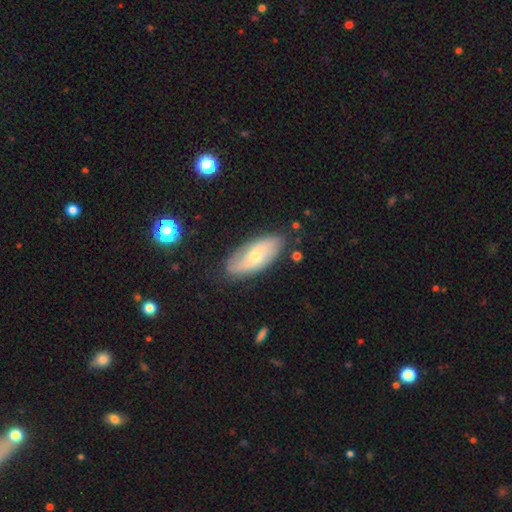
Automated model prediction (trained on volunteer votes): featured or disk 52%, smooth 41%, star or artifact 7%. Down the decision tree: edge-on disk — no (84%); merging — none (78%).